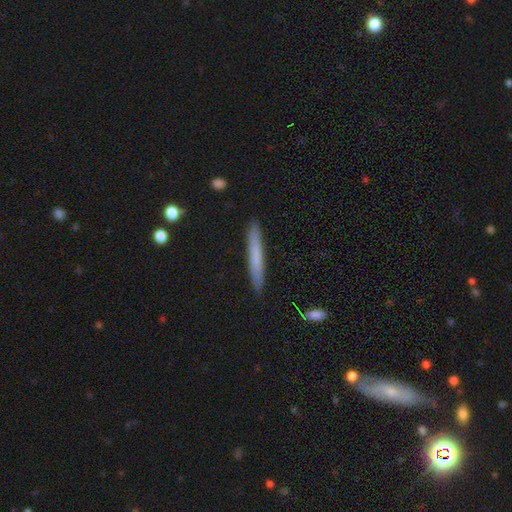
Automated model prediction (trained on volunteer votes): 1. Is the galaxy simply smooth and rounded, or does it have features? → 67% smooth, 27% featured or disk, 6% star or artifact.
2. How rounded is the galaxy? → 96% cigar-shaped, 3% in between, 1% round.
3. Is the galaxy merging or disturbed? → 90% none, 7% minor disturbance, 1% major disturbance, 1% merger.